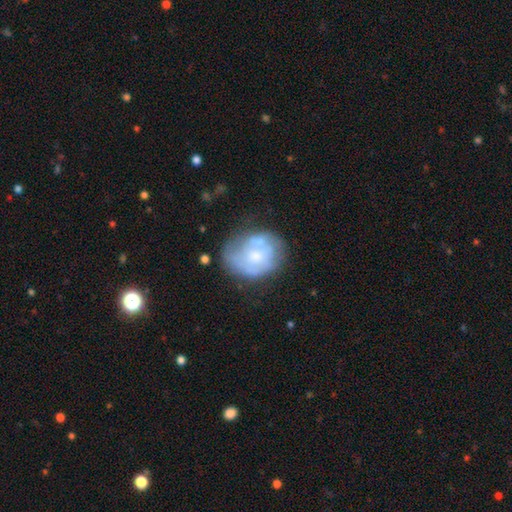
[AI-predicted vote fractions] A featured or disk galaxy (53%) with no bar (81%), no spiral arms (63%) and a moderate central bulge (48%).

Vote fractions:
- Smooth or featured? featured or disk: 53% / smooth: 41% / star or artifact: 7%
- Edge-on disk? no: 97% / yes: 3%
- Bar? no: 81% / weak: 16% / strong: 3%
- Spiral arms? no: 63% / yes: 37%
- Bulge size? moderate: 48% / small: 36% / none: 8% / large: 6% / dominant: 2%
- Merging? none: 46% / minor disturbance: 28% / major disturbance: 16% / merger: 11%